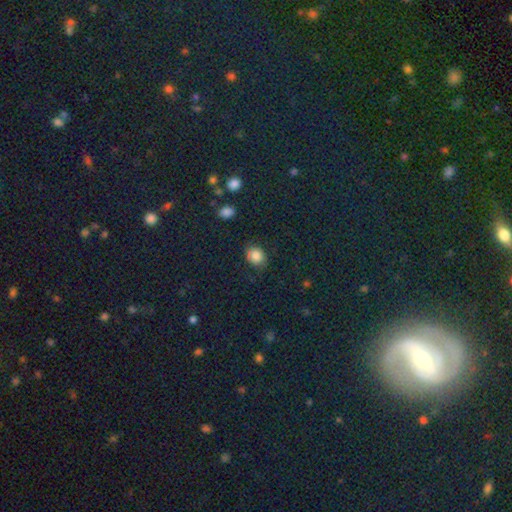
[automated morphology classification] A smooth galaxy with no disk features (79%) that is round (56%). Merging: none (79%).